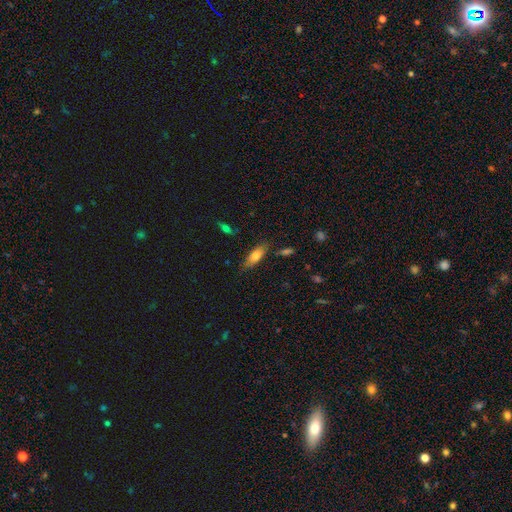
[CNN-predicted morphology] The model was most divided on "how rounded": in between: 64%, cigar-shaped: 33%, round: 2%. More confident: merging — none (76%); smooth or featured — smooth (72%).